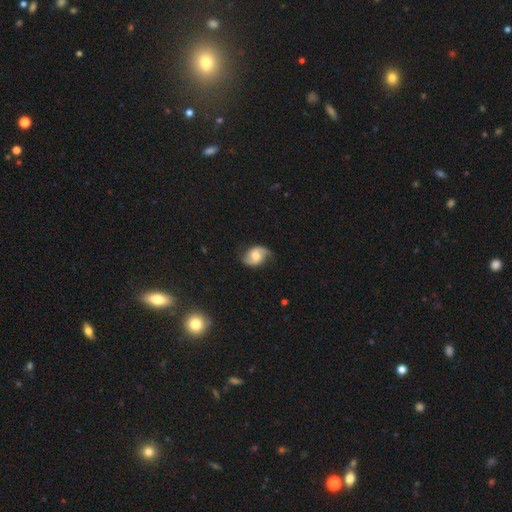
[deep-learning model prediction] This is likely a featured or disk galaxy (73%). It is clearly not viewed edge-on (97%). Bar: possibly no (58%). Spiral arm pattern: clearly yes (94%). Spiral arm count: clearly 2 (90%). Spiral winding: marginally medium (43%). Central bulge: likely moderate (64%). Merging: likely none (74%).